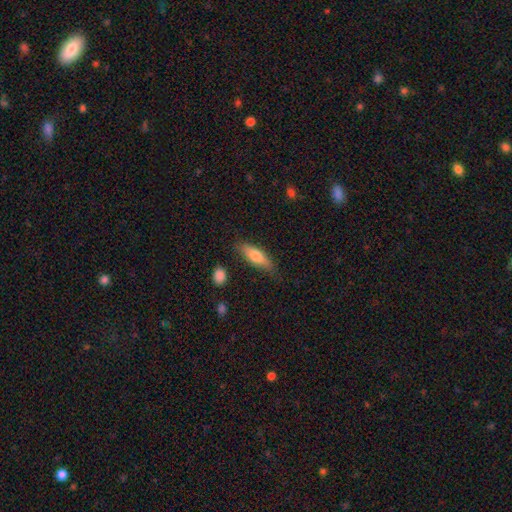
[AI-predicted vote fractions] This is likely a smooth galaxy (73%). How rounded: possibly in between (51%). Merging: likely none (74%).